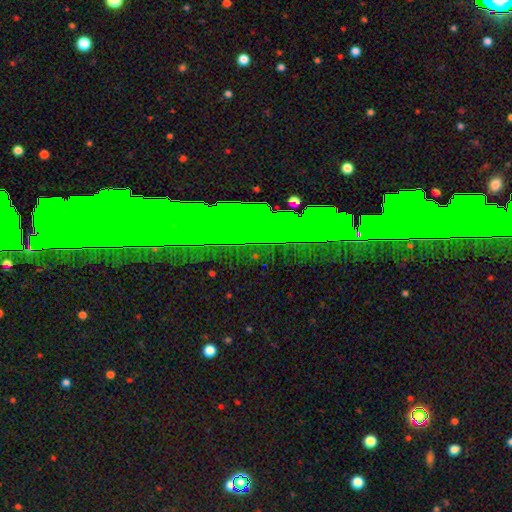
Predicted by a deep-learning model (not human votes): Q: Smooth or featured?
A: star or artifact (72%); runner-up: featured or disk (16%)